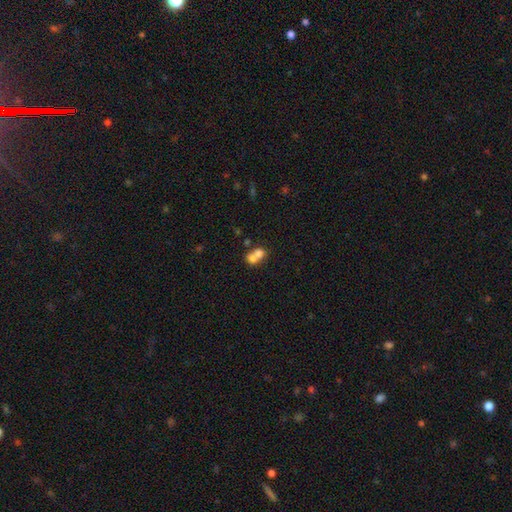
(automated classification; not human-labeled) A smooth galaxy with no disk features (69%) that is round (67%).

Vote fractions:
- Smooth or featured? smooth: 69% / featured or disk: 20% / star or artifact: 11%
- How rounded? round: 67% / in between: 31% / cigar-shaped: 1%
- Merging? merger: 70% / none: 22% / minor disturbance: 4% / major disturbance: 3%